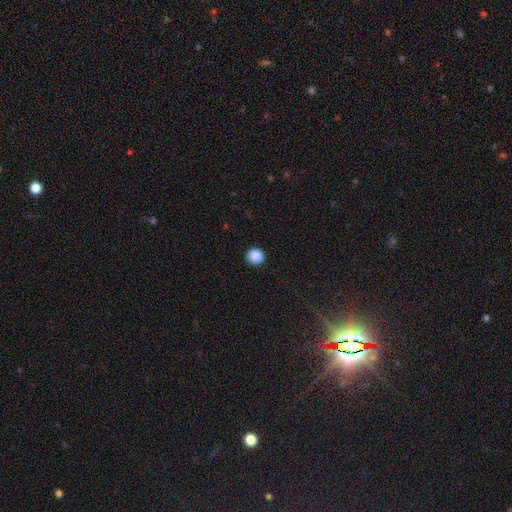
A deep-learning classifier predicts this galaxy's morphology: type=smooth (89%); roundness=round (94%); merging=none (92%).